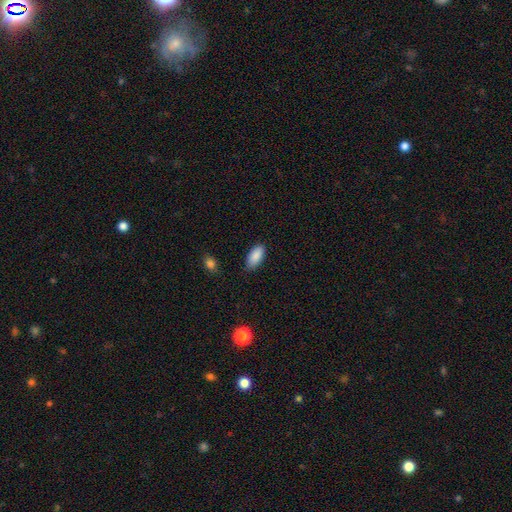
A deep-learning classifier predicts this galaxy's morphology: Overall: smooth (89%). How rounded: in between (91%). Merging: none (83%).